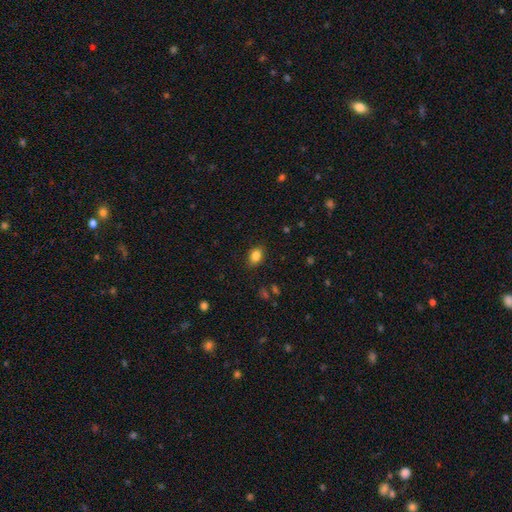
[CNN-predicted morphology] The model was most divided on "how rounded": in between: 76%, round: 22%, cigar-shaped: 2%. More confident: merging — none (85%); smooth or featured — smooth (84%).